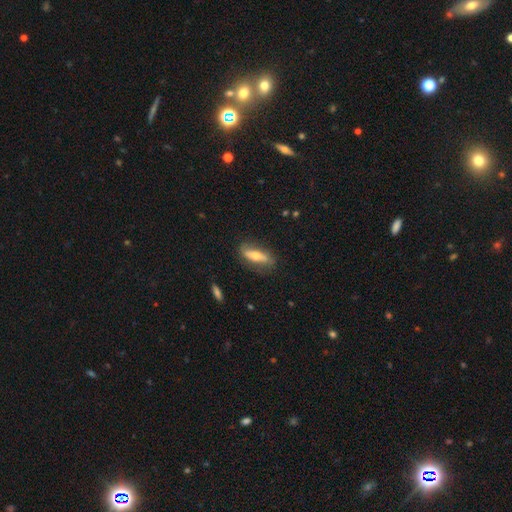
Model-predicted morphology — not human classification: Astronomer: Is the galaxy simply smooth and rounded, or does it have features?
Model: featured or disk — 48% (runner-up: smooth, 45%).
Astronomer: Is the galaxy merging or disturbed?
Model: none — 77%.